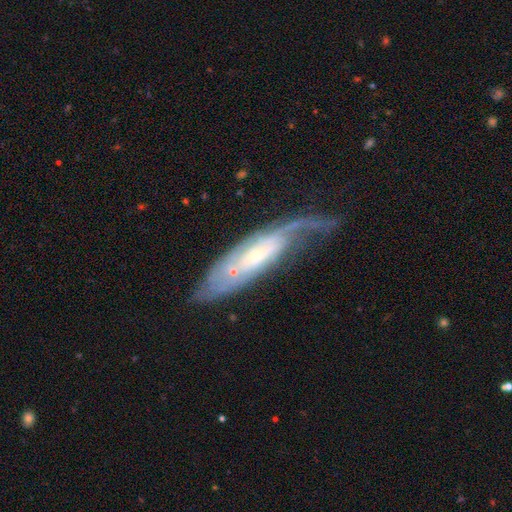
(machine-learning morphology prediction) This appears to be a featured or disk galaxy (76%) with no bar (62%), tight (44%) spiral arms (85%) and a small central bulge (62%). Merging: none (39%).